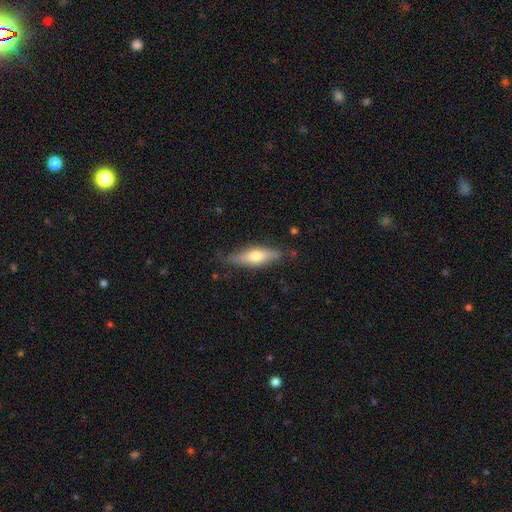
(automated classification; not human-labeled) smooth 53%, featured or disk 42%, star or artifact 6%. Down the decision tree: how rounded — cigar-shaped (51%); merging — none (71%).